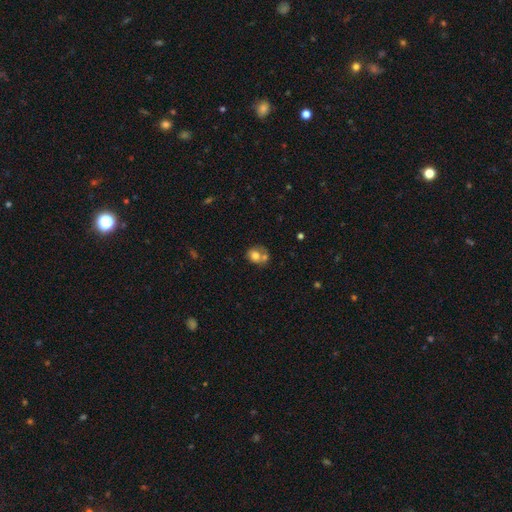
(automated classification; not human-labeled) The model was most divided on "merging": merger: 47%, none: 31%, minor disturbance: 13%, major disturbance: 9%. More confident: smooth or featured — smooth (71%); how rounded — round (60%).